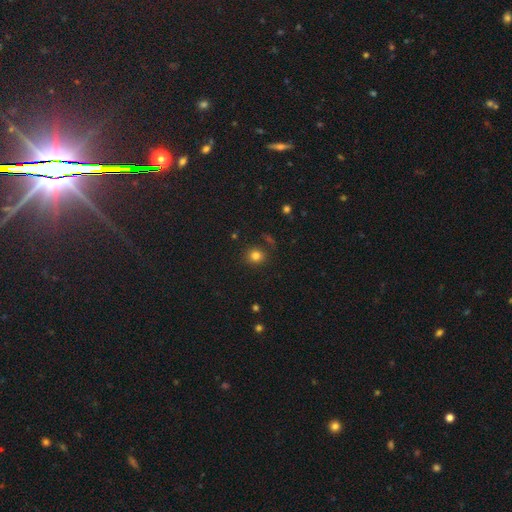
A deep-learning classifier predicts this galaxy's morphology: type=smooth (80%); roundness=round (84%); merging=none (85%).